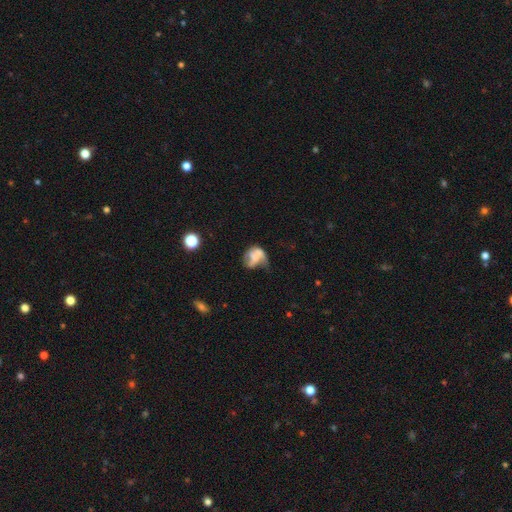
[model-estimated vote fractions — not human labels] The model was most divided on "smooth or featured": featured or disk: 46%, smooth: 42%, star or artifact: 12%. Remaining: merging — major disturbance (42%).